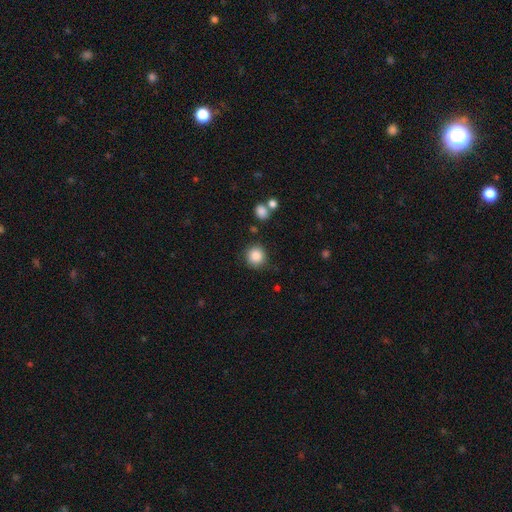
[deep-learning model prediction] smooth_or_featured: smooth (p=0.86) [alt: star or artifact p=0.09]
how_rounded: round (p=0.91) [alt: in between p=0.08]
merging: none (p=0.84) [alt: minor disturbance p=0.10]